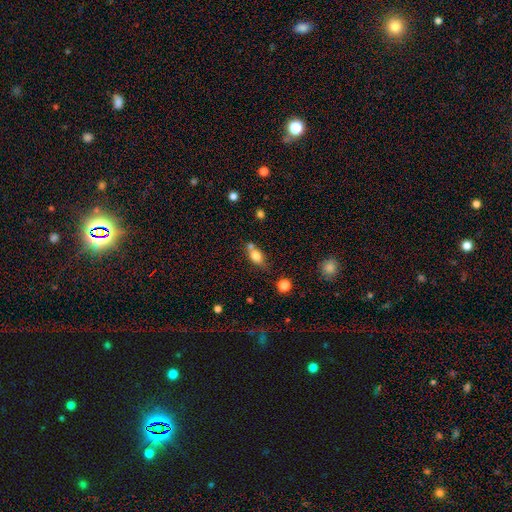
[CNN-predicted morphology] Overall: smooth (76%). How rounded: in between (76%). Merging: none (48%; merger 29%).